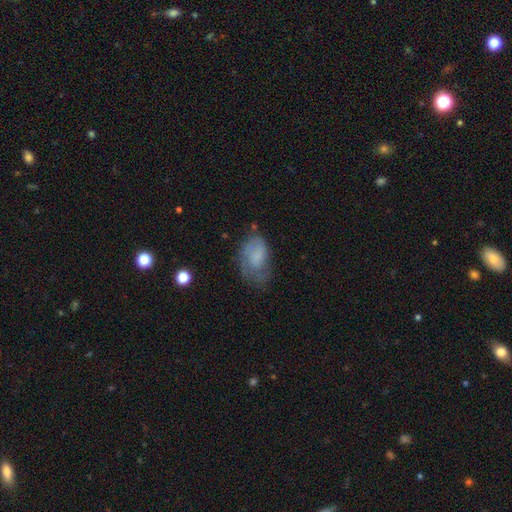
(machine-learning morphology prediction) type=smooth (56%); roundness=in between (88%); merging=none (44%).